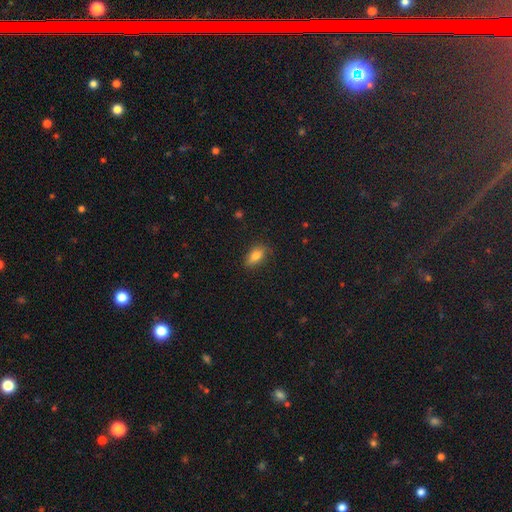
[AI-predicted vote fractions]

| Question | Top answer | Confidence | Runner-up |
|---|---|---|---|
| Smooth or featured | smooth | 73% | featured or disk (18%) |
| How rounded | in between | 80% | cigar-shaped (13%) |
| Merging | none | 82% | minor disturbance (14%) |